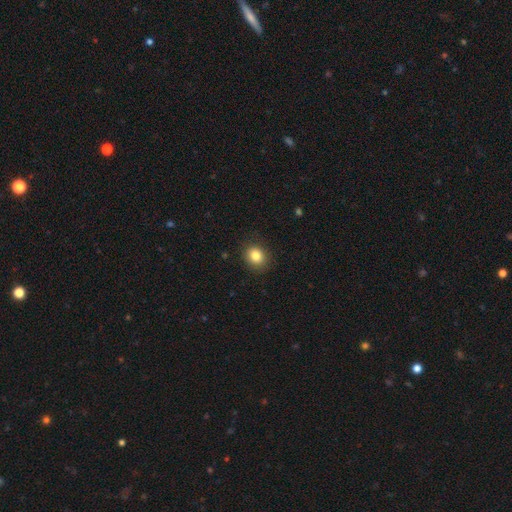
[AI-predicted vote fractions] Smooth or featured: smooth — 84% (star or artifact — 10%)
How rounded: round — 70% (in between — 29%)
Merging: none — 88% (minor disturbance — 9%)